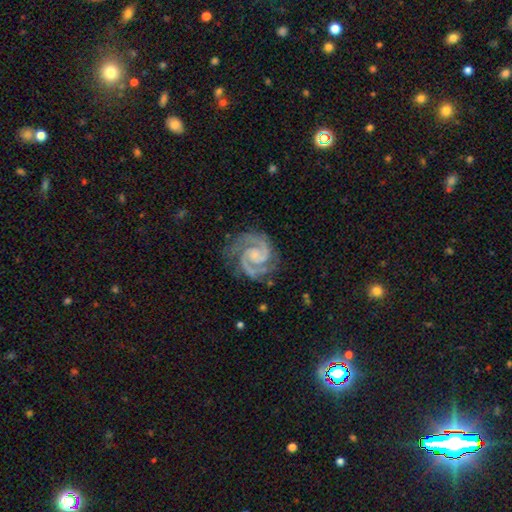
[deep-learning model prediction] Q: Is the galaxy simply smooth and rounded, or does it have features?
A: featured or disk — 93%.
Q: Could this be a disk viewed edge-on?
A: no — 98%.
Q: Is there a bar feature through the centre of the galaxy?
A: no — 56%.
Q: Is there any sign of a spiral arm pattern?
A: yes — 99%.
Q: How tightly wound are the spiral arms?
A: tight — 55%.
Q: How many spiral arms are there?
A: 2 — 91%.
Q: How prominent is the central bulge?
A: small — 42%.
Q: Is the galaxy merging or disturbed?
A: none — 77%.